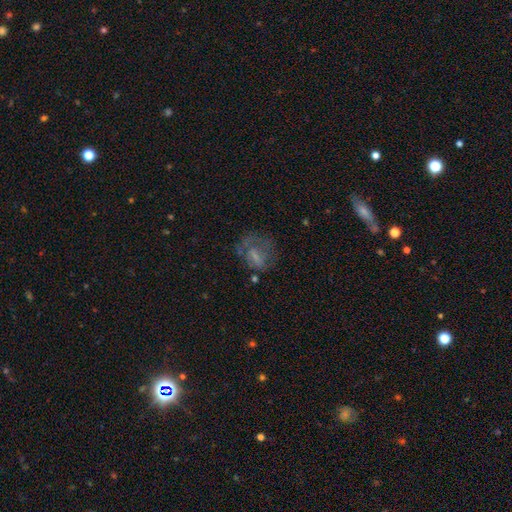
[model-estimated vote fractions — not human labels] smooth_or_featured: featured or disk (p=0.42) [tied with: smooth p=0.42]
merging: none (p=0.42) [alt: major disturbance p=0.33]